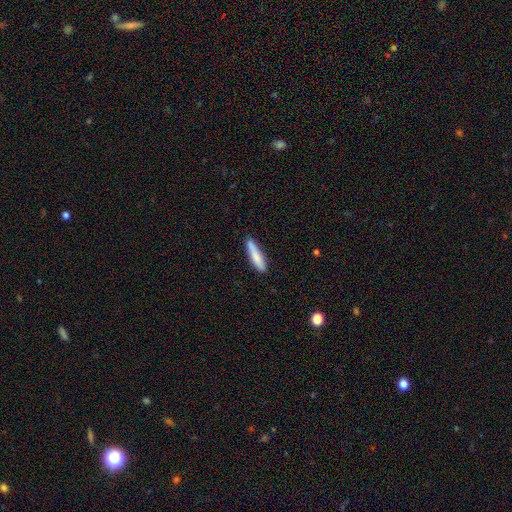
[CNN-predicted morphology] This is clearly a smooth galaxy (80%). How rounded: clearly cigar-shaped (85%). Merging: clearly none (82%).